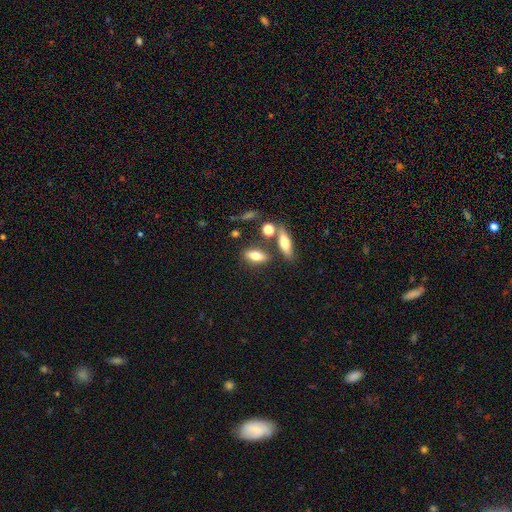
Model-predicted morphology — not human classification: A smooth galaxy with no disk features (70%) that is in between round and cigar-shaped (72%).

Vote fractions:
- Smooth or featured? smooth: 70% / featured or disk: 20% / star or artifact: 9%
- How rounded? in between: 72% / cigar-shaped: 21% / round: 7%
- Merging? none: 69% / merger: 15% / minor disturbance: 12% / major disturbance: 4%